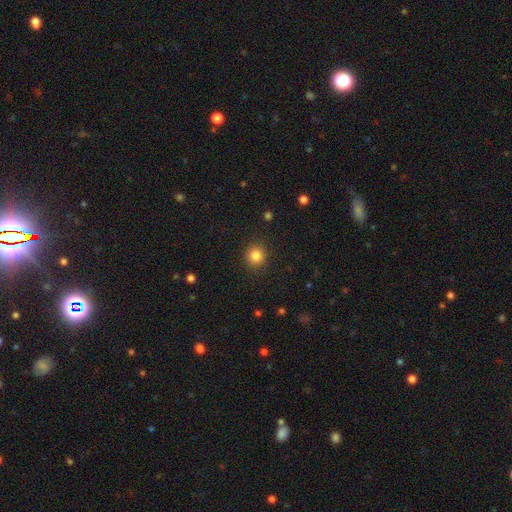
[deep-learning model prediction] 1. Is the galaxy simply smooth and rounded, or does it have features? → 84% smooth, 11% star or artifact, 4% featured or disk.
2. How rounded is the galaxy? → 89% round, 10% in between, 1% cigar-shaped.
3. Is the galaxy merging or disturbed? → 90% none, 7% minor disturbance, 2% major disturbance, 1% merger.